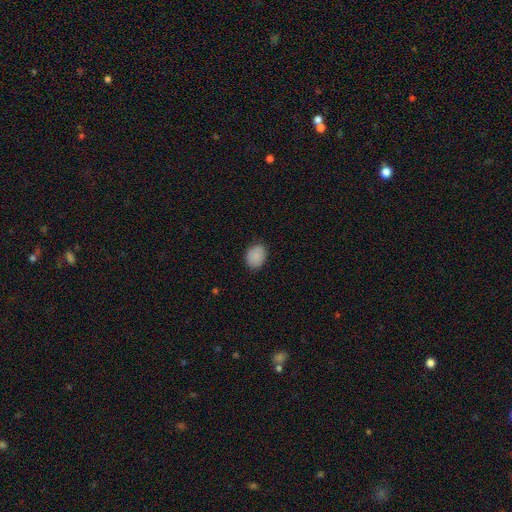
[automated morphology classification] A smooth galaxy with no disk features (89%) that is in between round and cigar-shaped (61%).

Vote fractions:
- Smooth or featured? smooth: 89% / star or artifact: 8% / featured or disk: 4%
- How rounded? in between: 61% / round: 38% / cigar-shaped: 1%
- Merging? none: 84% / minor disturbance: 12% / major disturbance: 2% / merger: 1%